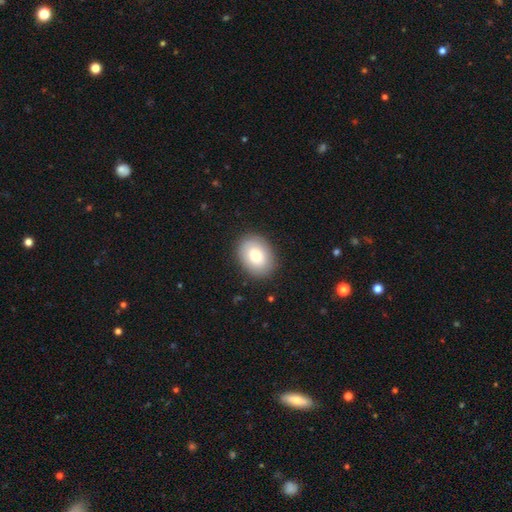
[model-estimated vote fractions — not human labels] smooth-or-featured: smooth: 79% | featured or disk: 14% | star or artifact: 7%
  how-rounded: in between: 64% | round: 35% | cigar-shaped: 1%
  merging: none: 88% | minor disturbance: 9% | major disturbance: 3% | merger: 1%